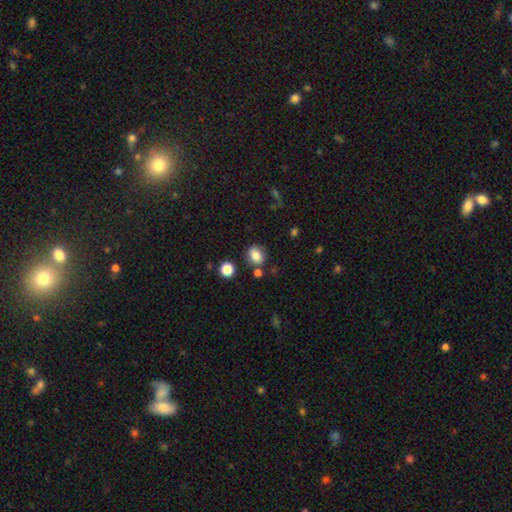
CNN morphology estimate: Smooth or featured: smooth — 80% (star or artifact — 11%)
How rounded: round — 50% (in between — 48%)
Merging: none — 75% (minor disturbance — 13%)